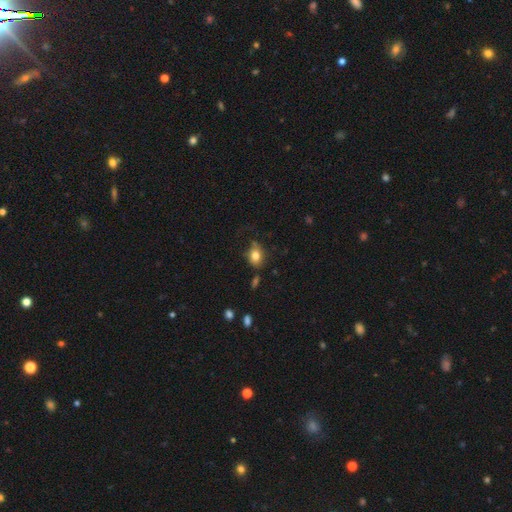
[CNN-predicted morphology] smooth 80%, featured or disk 10%, star or artifact 10%. Down the decision tree: how rounded — in between (63%); merging — none (65%).